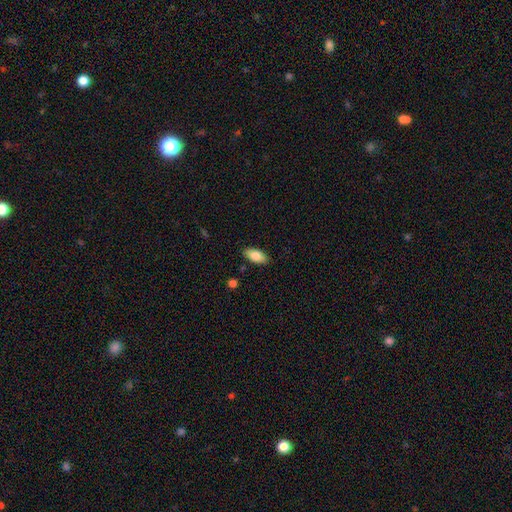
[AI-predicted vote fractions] The model was most divided on "smooth or featured": smooth: 82%, featured or disk: 12%, star or artifact: 7%. More confident: how rounded — in between (90%); merging — none (87%).